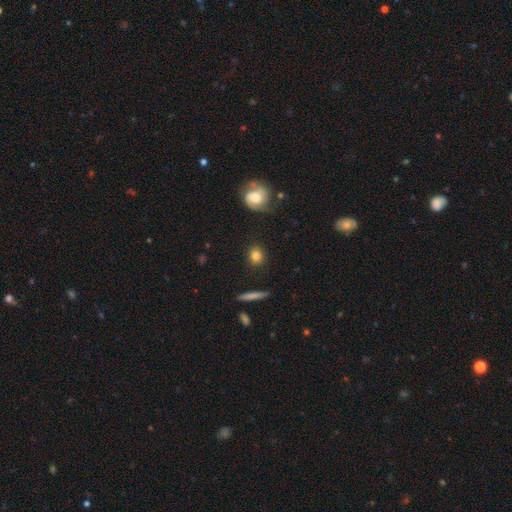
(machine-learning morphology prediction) type=smooth (83%); roundness=round (73%); merging=none (87%).